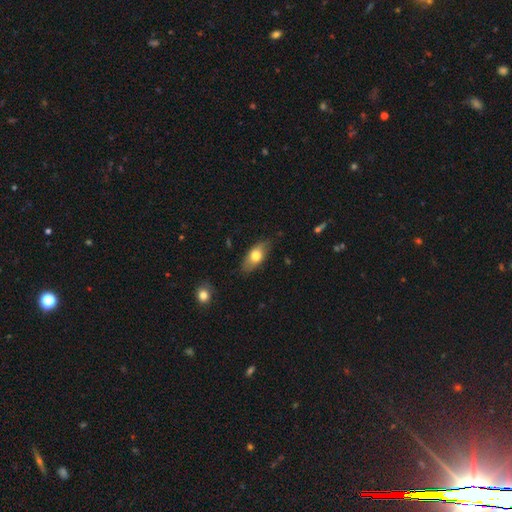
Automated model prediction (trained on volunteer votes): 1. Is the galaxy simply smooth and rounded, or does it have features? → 70% smooth, 24% featured or disk, 7% star or artifact.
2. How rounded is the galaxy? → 85% in between, 9% cigar-shaped, 5% round.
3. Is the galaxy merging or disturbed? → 79% none, 17% minor disturbance, 3% major disturbance, 1% merger.